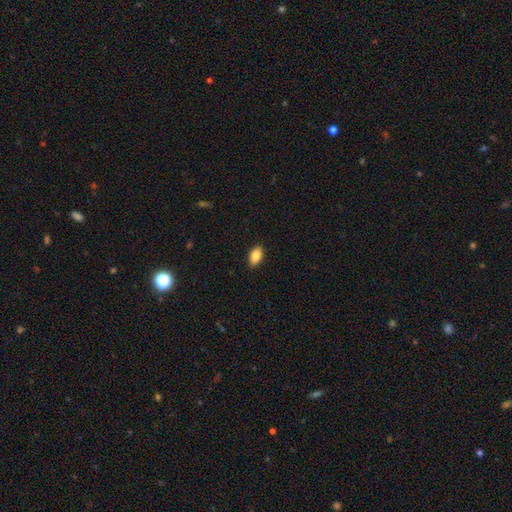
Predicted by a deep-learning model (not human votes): Smooth or featured? Predicted: smooth (p=0.86). How rounded? Predicted: in between (p=0.91). Merging? Predicted: none (p=0.88).